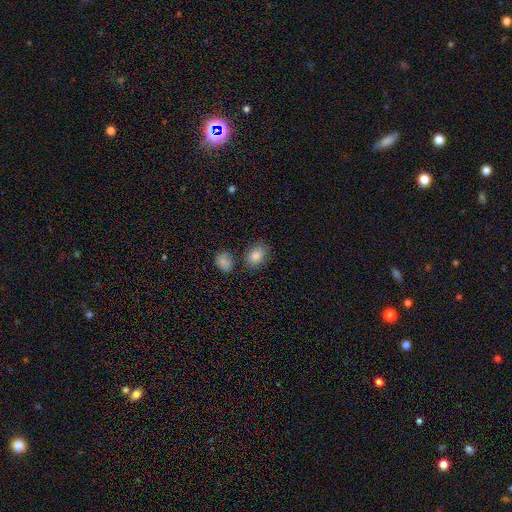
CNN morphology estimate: Overall: smooth (84%). How rounded: in between (73%). Merging: none (75%).